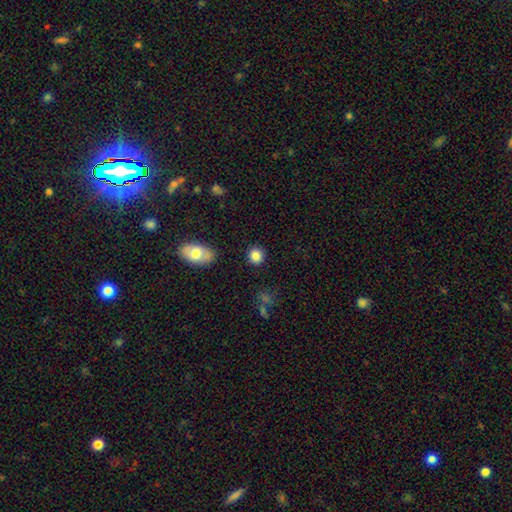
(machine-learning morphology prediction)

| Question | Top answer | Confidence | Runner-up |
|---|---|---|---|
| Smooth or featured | smooth | 85% | star or artifact (9%) |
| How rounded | round | 81% | in between (17%) |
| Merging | none | 87% | minor disturbance (8%) |